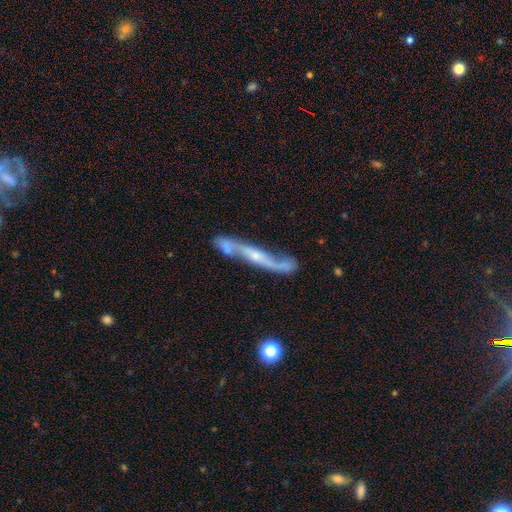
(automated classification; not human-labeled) Q: Smooth or featured?
A: featured or disk (79%); runner-up: smooth (13%)
Q: Edge-on disk?
A: yes (56%); runner-up: no (44%)
Q: Merging?
A: none (54%); runner-up: minor disturbance (20%)